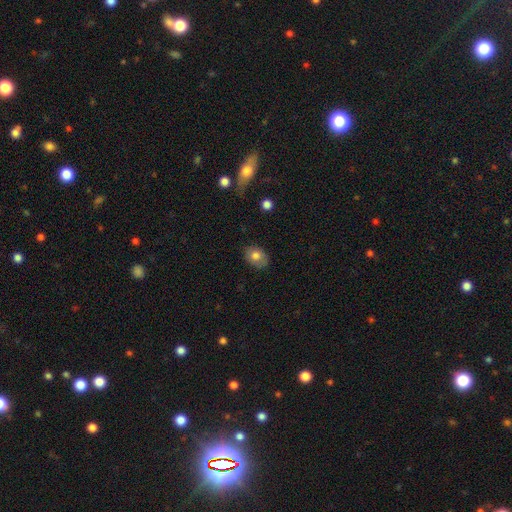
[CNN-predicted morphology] Smooth or featured? Predicted: smooth (p=0.77). How rounded? Predicted: in between (p=0.74). Merging? Predicted: none (p=0.81).